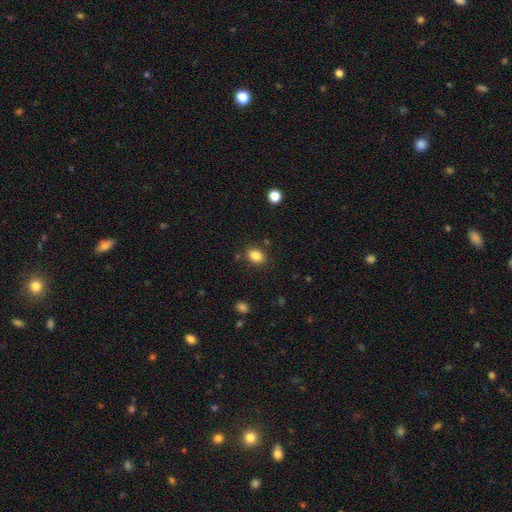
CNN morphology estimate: A smooth galaxy with no disk features (85%) that is in between round and cigar-shaped (69%). Merging: none (83%).